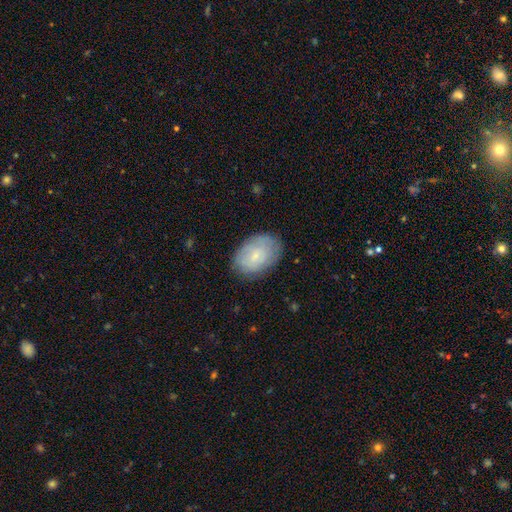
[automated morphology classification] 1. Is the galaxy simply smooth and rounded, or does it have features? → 65% smooth, 27% featured or disk, 7% star or artifact.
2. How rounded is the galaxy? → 85% in between, 14% round, 1% cigar-shaped.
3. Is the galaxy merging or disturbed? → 78% none, 16% minor disturbance, 4% major disturbance, 1% merger.